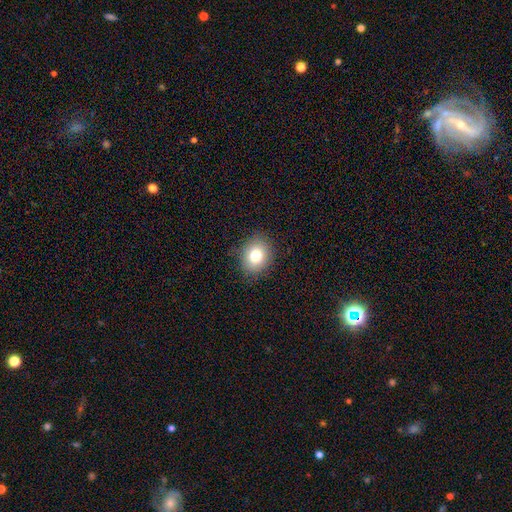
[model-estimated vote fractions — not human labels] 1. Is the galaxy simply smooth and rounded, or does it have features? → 79% smooth, 11% star or artifact, 11% featured or disk.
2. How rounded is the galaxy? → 50% round, 49% in between, 1% cigar-shaped.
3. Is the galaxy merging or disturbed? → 86% none, 11% minor disturbance, 3% major disturbance, 1% merger.